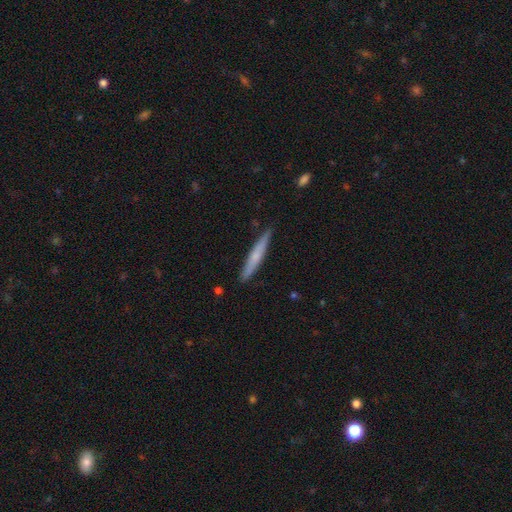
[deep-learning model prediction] Smooth or featured: smooth — 54% (featured or disk — 41%)
How rounded: cigar-shaped — 95% (in between — 4%)
Merging: none — 89% (minor disturbance — 9%)